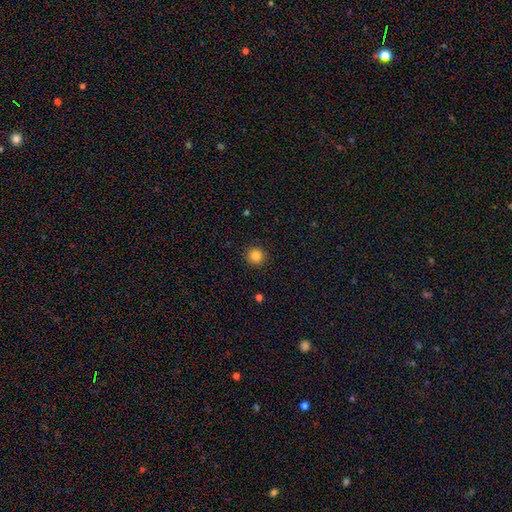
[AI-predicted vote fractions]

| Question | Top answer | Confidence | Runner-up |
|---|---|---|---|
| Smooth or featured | smooth | 84% | star or artifact (11%) |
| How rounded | round | 94% | in between (5%) |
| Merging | none | 92% | minor disturbance (5%) |